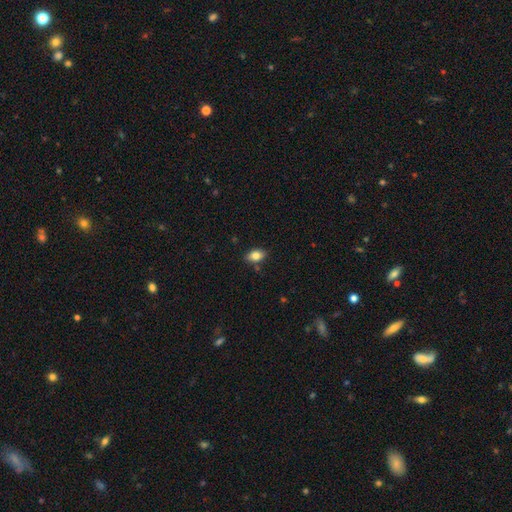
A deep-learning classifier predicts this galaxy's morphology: type=smooth (80%); roundness=in between (86%); merging=none (81%).